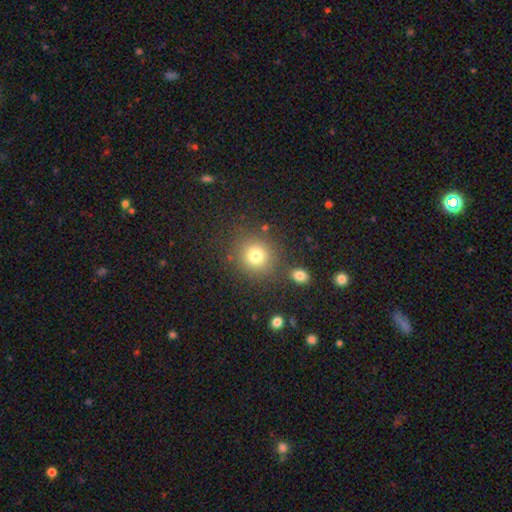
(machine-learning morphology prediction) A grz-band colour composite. It shows a smooth galaxy with no disk features (78%) that is round (88%). Merging: none (81%).